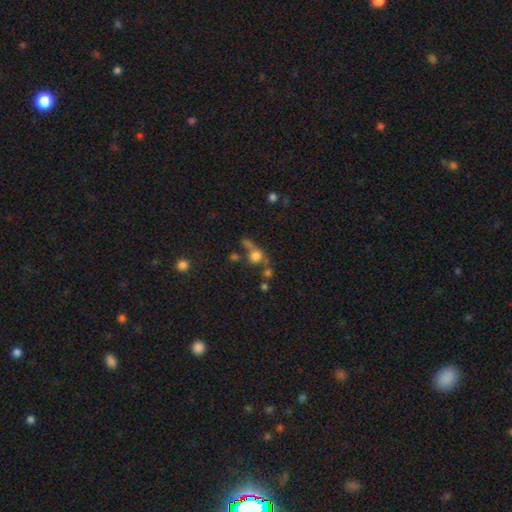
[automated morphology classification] This is likely a smooth galaxy (66%). How rounded: clearly round (82%). Merging: marginally none (43%).